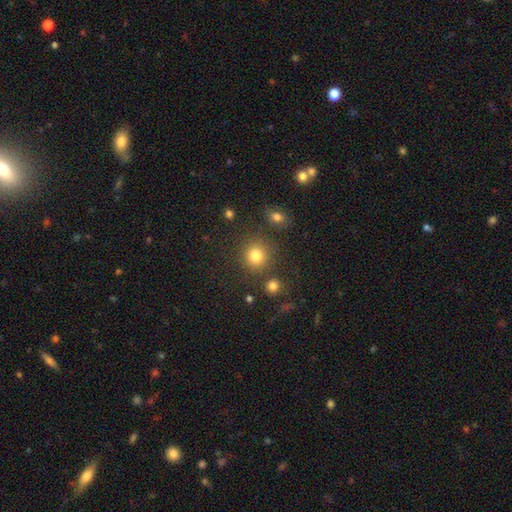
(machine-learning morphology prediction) type=smooth (81%); roundness=round (89%); merging=none (80%).